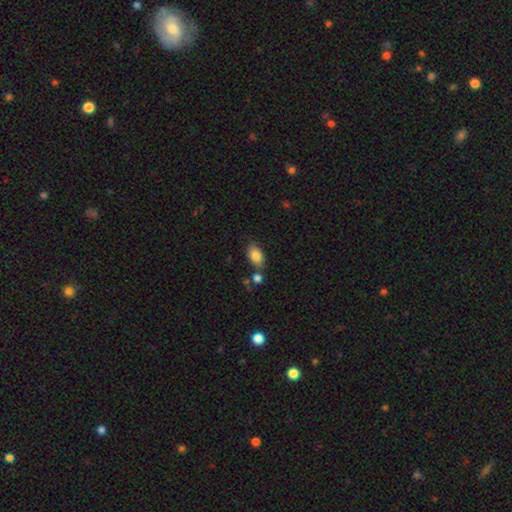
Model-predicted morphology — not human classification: smooth-or-featured: smooth: 84% | featured or disk: 8% | star or artifact: 8%
  how-rounded: in between: 89% | round: 8% | cigar-shaped: 2%
  merging: none: 71% | minor disturbance: 14% | merger: 11% | major disturbance: 4%